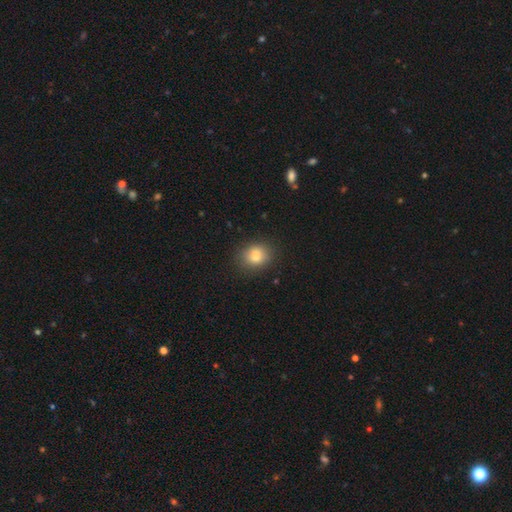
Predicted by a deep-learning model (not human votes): smooth-or-featured: smooth: 83% | star or artifact: 10% | featured or disk: 7%
  how-rounded: round: 58% | in between: 41% | cigar-shaped: 1%
  merging: none: 84% | minor disturbance: 12% | major disturbance: 3% | merger: 1%